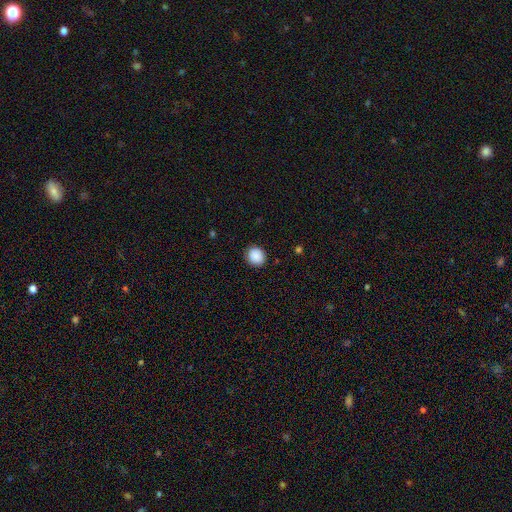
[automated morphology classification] smooth_or_featured: smooth (p=0.89) [alt: star or artifact p=0.08]
how_rounded: round (p=0.84) [alt: in between p=0.16]
merging: none (p=0.90) [alt: minor disturbance p=0.07]